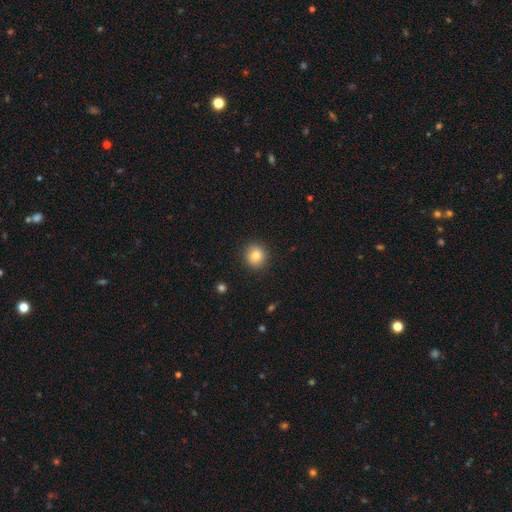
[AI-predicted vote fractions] Q: Smooth or featured?
A: smooth (80%); runner-up: star or artifact (10%)
Q: How rounded?
A: round (89%); runner-up: in between (10%)
Q: Merging?
A: none (90%); runner-up: minor disturbance (6%)